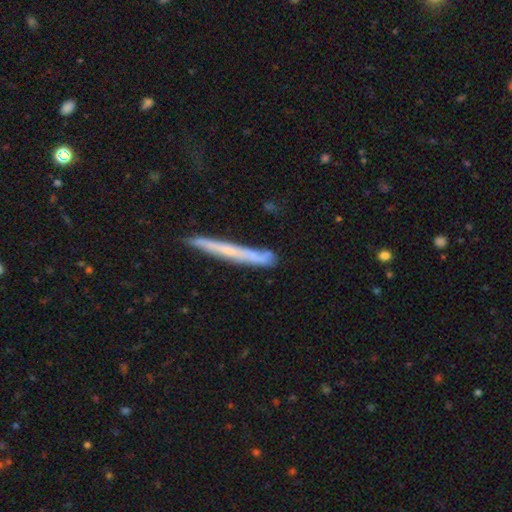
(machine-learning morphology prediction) A smooth galaxy with no disk features (53%) that is cigar-shaped (91%).

Vote fractions:
- Smooth or featured? smooth: 53% / featured or disk: 39% / star or artifact: 8%
- How rounded? cigar-shaped: 91% / in between: 6% / round: 3%
- Merging? none: 63% / minor disturbance: 19% / merger: 12% / major disturbance: 7%